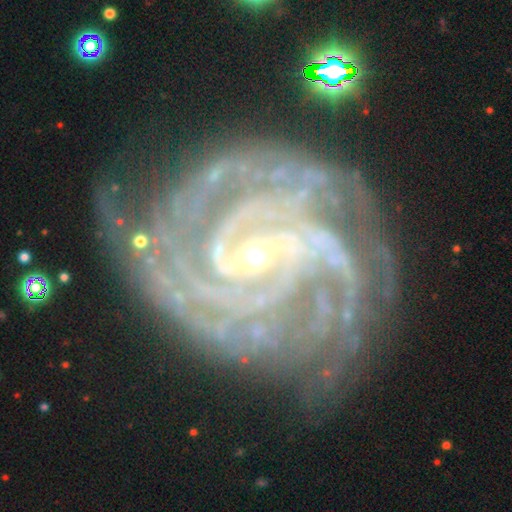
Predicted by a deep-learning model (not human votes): Smooth or featured? featured or disk (93%)
Edge-on disk? no (98%)
Bar? weak (42%)
Spiral arms? yes (99%)
Spiral winding? tight (69%)
Spiral arm count? 4 (22%)
Bulge size? small (71%)
Merging? none (71%)